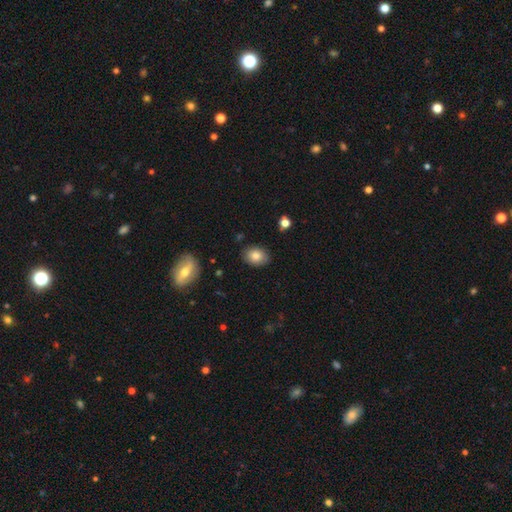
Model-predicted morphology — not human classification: Smooth or featured? smooth (83%)
How rounded? in between (70%)
Merging? none (86%)